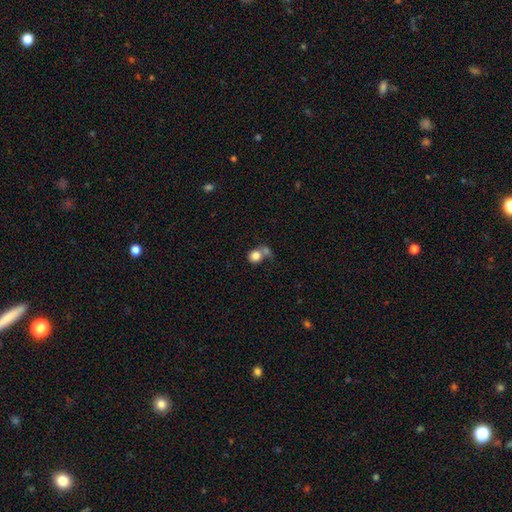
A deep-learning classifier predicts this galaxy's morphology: A smooth galaxy with no disk features (81%) that is round (76%). Merging: merger (43%).